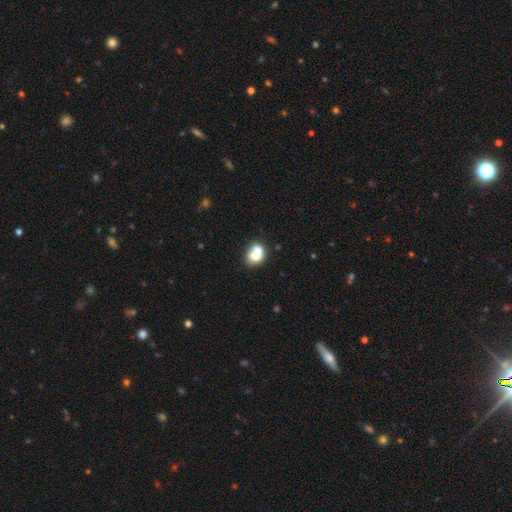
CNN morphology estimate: smooth-or-featured: smooth: 67% | featured or disk: 23% | star or artifact: 10%
  how-rounded: round: 58% | in between: 41% | cigar-shaped: 1%
  merging: merger: 56% | none: 31% | minor disturbance: 9% | major disturbance: 4%